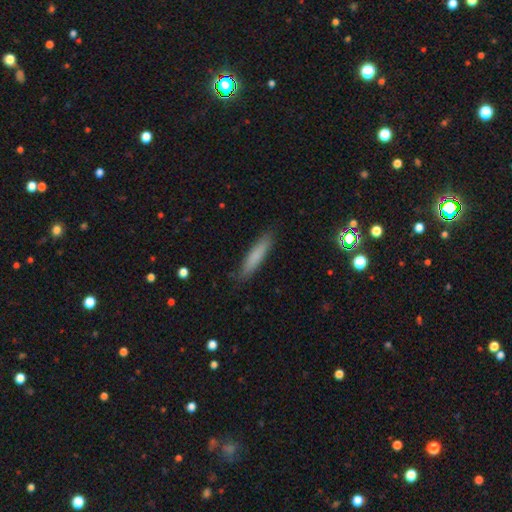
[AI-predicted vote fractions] Q: Smooth or featured?
A: smooth (78%); runner-up: featured or disk (14%)
Q: How rounded?
A: cigar-shaped (86%); runner-up: in between (13%)
Q: Merging?
A: none (86%); runner-up: minor disturbance (10%)